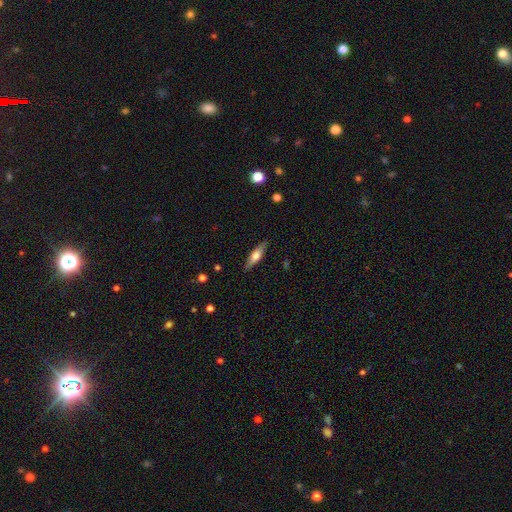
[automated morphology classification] Q: Smooth or featured?
A: smooth (53%); runner-up: featured or disk (41%)
Q: How rounded?
A: cigar-shaped (64%); runner-up: in between (33%)
Q: Merging?
A: none (87%); runner-up: minor disturbance (9%)